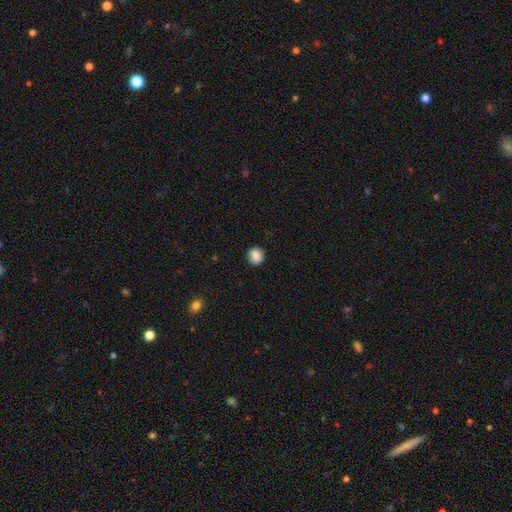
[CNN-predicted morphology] The model was most divided on "how rounded": round: 85%, in between: 15%, cigar-shaped: 1%. More confident: merging — none (90%); smooth or featured — smooth (87%).